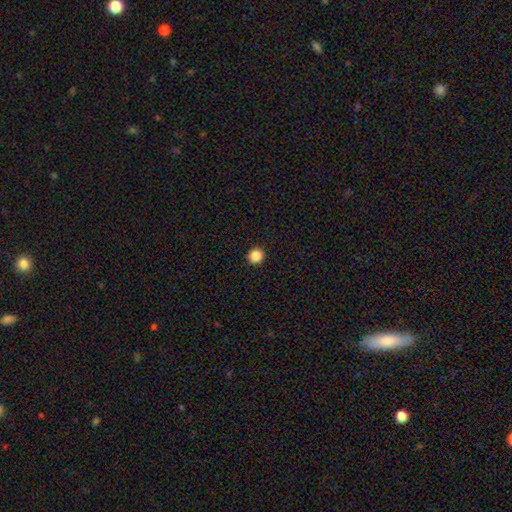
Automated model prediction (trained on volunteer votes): The model was most divided on "smooth or featured": smooth: 87%, star or artifact: 10%, featured or disk: 3%. More confident: merging — none (93%); how rounded — round (92%).